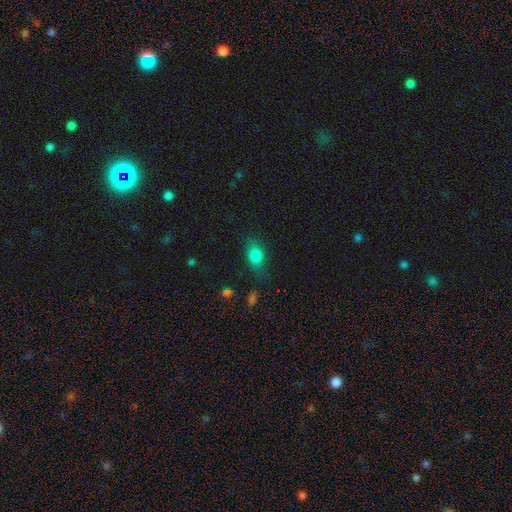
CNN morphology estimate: Smooth or featured?
  - smooth: 81% *
  - star or artifact: 12%
  - featured or disk: 7%
How rounded?
  - in between: 82% *
  - round: 15%
  - cigar-shaped: 3%
Merging?
  - none: 76% *
  - minor disturbance: 16%
  - major disturbance: 5%
  - merger: 3%